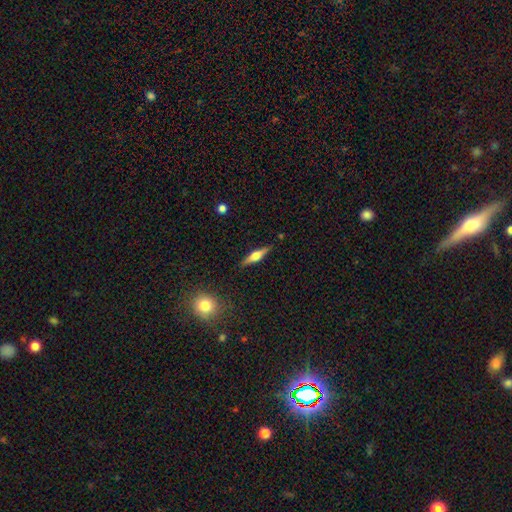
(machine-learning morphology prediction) A featured or disk galaxy (59%) viewed edge-on (96%) with a rounded central bulge (89%).

Vote fractions:
- Smooth or featured? featured or disk: 59% / smooth: 34% / star or artifact: 7%
- Edge-on disk? yes: 96% / no: 4%
- Edge-on bulge? rounded: 89% / boxy: 8% / none: 3%
- Merging? none: 88% / minor disturbance: 9% / major disturbance: 2% / merger: 2%